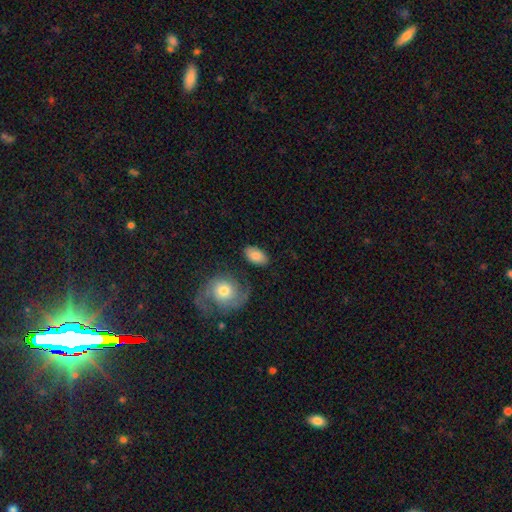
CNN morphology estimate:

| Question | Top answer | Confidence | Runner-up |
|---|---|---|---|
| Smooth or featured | smooth | 79% | featured or disk (14%) |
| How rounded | in between | 91% | round (7%) |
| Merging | none | 76% | minor disturbance (14%) |